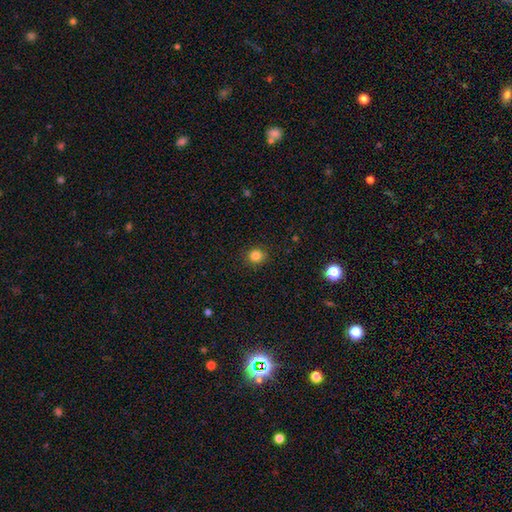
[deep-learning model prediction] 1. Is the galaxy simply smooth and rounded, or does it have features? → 83% smooth, 12% star or artifact, 5% featured or disk.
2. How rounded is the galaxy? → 85% round, 14% in between, 1% cigar-shaped.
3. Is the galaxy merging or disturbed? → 90% none, 7% minor disturbance, 2% major disturbance, 1% merger.